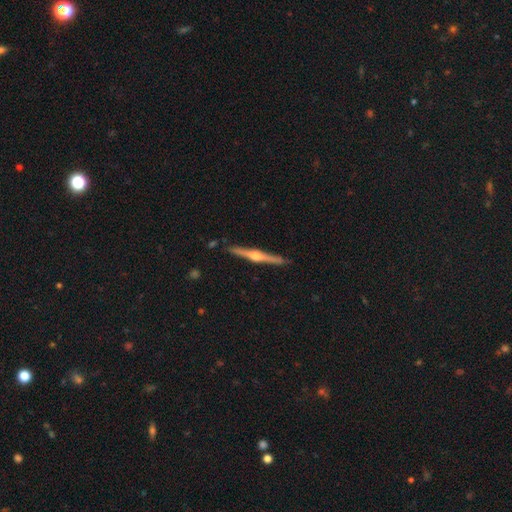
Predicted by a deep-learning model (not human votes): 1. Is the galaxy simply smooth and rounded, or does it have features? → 82% featured or disk, 14% smooth, 5% star or artifact.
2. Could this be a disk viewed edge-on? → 99% yes, 1% no.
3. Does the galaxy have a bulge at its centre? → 93% rounded, 4% boxy, 3% none.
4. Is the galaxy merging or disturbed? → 91% none, 7% minor disturbance, 1% merger, 1% major disturbance.